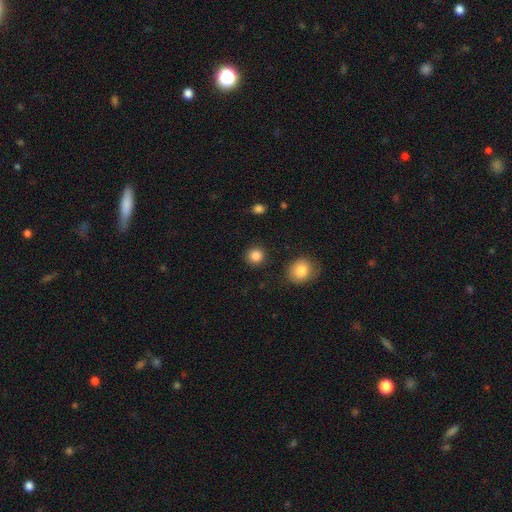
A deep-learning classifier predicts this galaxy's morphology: The model was most divided on "smooth or featured": smooth: 87%, star or artifact: 10%, featured or disk: 4%. More confident: how rounded — round (92%); merging — none (90%).